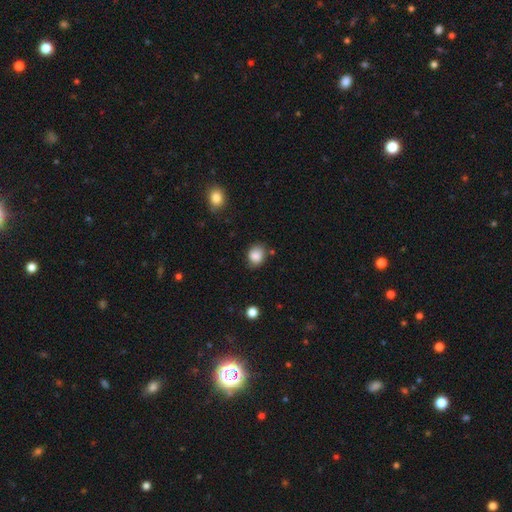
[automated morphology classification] A smooth galaxy with no disk features (86%) that is round (52%).

Vote fractions:
- Smooth or featured? smooth: 86% / star or artifact: 9% / featured or disk: 5%
- How rounded? round: 52% / in between: 47% / cigar-shaped: 1%
- Merging? none: 74% / minor disturbance: 19% / major disturbance: 4% / merger: 3%